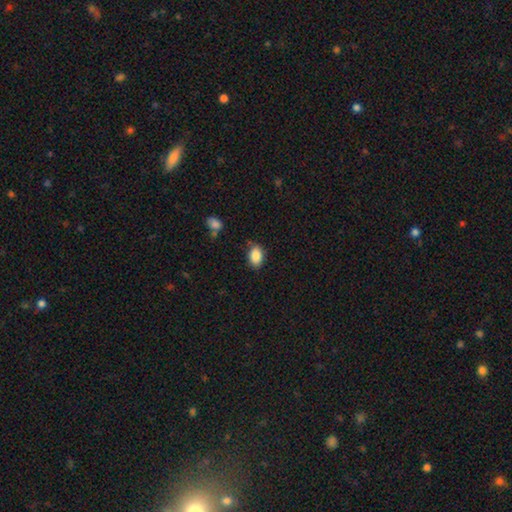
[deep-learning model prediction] A smooth galaxy with no disk features (88%) that is in between round and cigar-shaped (87%).

Vote fractions:
- Smooth or featured? smooth: 88% / star or artifact: 8% / featured or disk: 5%
- How rounded? in between: 87% / round: 11% / cigar-shaped: 1%
- Merging? none: 79% / minor disturbance: 16% / major disturbance: 3% / merger: 2%